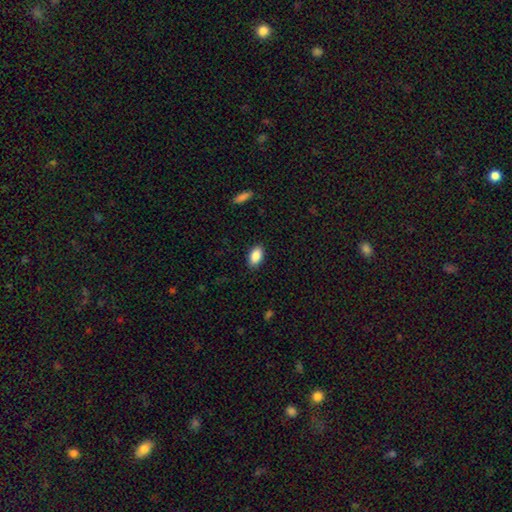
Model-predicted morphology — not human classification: Q: Smooth or featured?
A: smooth (88%); runner-up: star or artifact (7%)
Q: How rounded?
A: in between (93%); runner-up: round (4%)
Q: Merging?
A: none (88%); runner-up: minor disturbance (9%)